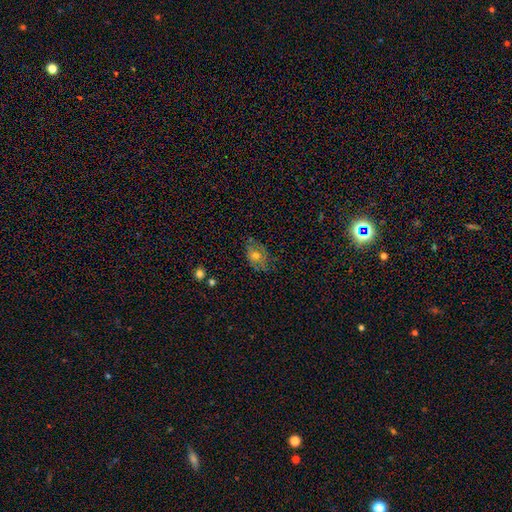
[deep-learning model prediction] Morphology: type=smooth (49%); merging=none (63%).